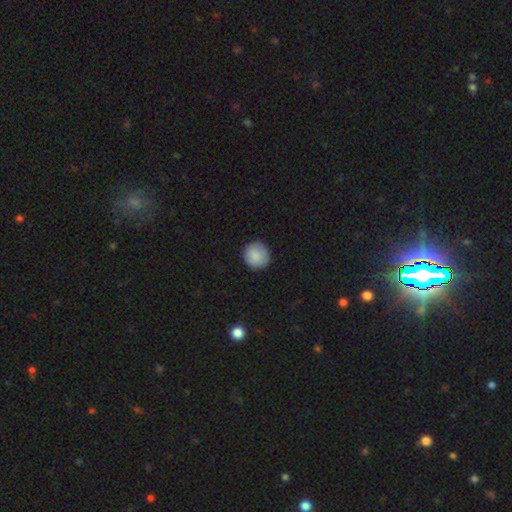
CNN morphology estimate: smooth-or-featured: smooth: 88% | star or artifact: 7% | featured or disk: 5%
  how-rounded: round: 92% | in between: 7% | cigar-shaped: 1%
  merging: none: 89% | minor disturbance: 8% | major disturbance: 2% | merger: 1%